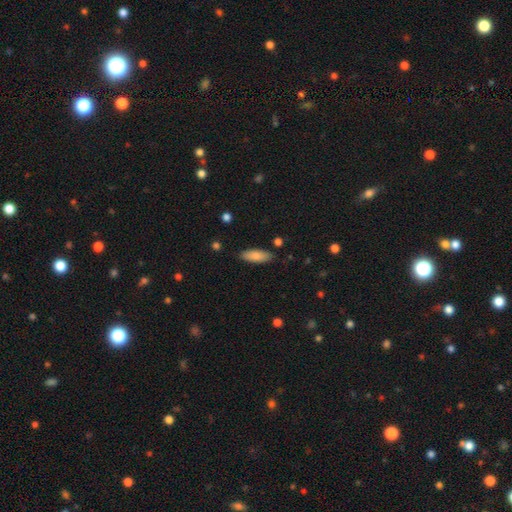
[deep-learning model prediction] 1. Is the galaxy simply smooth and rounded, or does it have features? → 84% smooth, 10% featured or disk, 6% star or artifact.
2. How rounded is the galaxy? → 69% in between, 29% cigar-shaped, 2% round.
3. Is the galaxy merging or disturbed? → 86% none, 10% minor disturbance, 2% major disturbance, 2% merger.